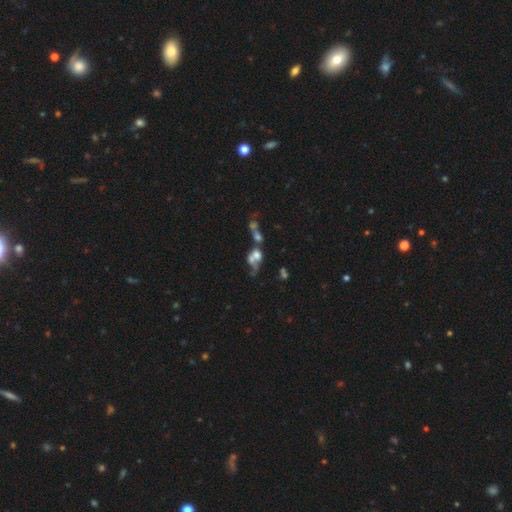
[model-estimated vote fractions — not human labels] smooth 45%, featured or disk 37%, star or artifact 17%. Down the decision tree: merging — merger (61%).